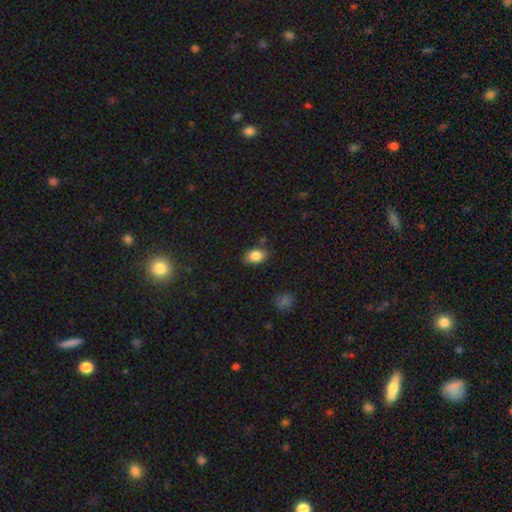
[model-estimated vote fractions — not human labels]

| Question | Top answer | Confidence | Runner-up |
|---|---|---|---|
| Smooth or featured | smooth | 86% | star or artifact (8%) |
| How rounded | in between | 86% | round (13%) |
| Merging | none | 82% | minor disturbance (13%) |